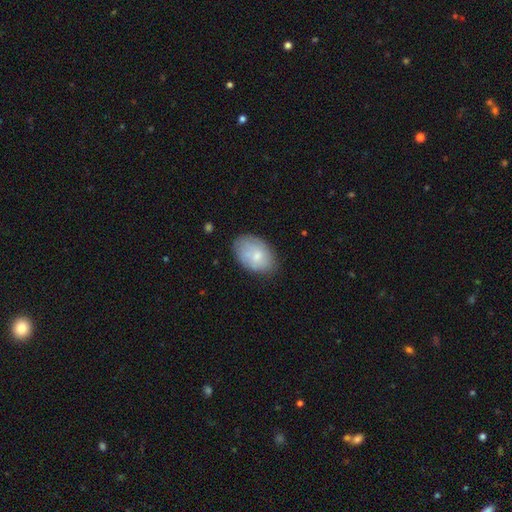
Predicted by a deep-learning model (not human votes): Overall: smooth (71%). How rounded: in between (87%). Merging: none (72%).